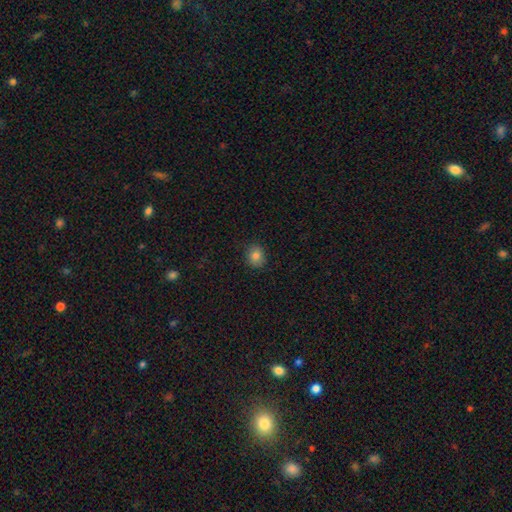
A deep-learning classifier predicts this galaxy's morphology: A smooth galaxy with no disk features (82%) that is round (69%).

Vote fractions:
- Smooth or featured? smooth: 82% / star or artifact: 11% / featured or disk: 6%
- How rounded? round: 69% / in between: 31% / cigar-shaped: 1%
- Merging? none: 88% / minor disturbance: 9% / major disturbance: 2% / merger: 1%